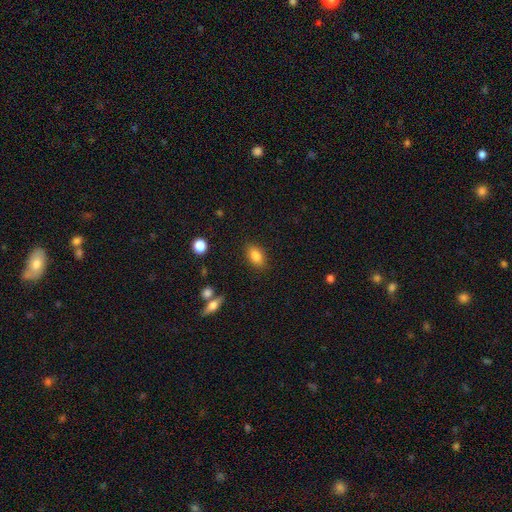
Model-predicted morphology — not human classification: Q: Smooth or featured?
A: smooth (84%); runner-up: star or artifact (9%)
Q: How rounded?
A: in between (87%); runner-up: round (9%)
Q: Merging?
A: none (86%); runner-up: minor disturbance (10%)